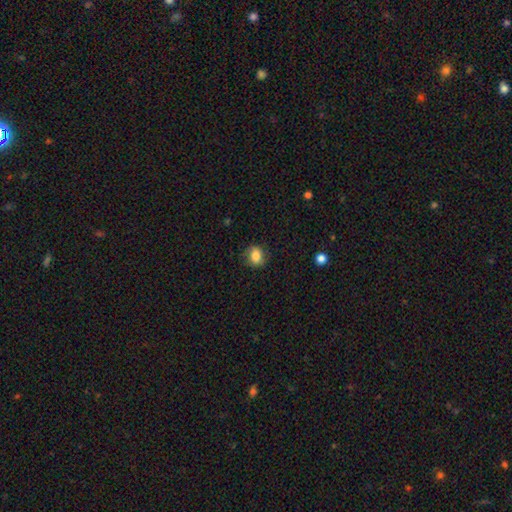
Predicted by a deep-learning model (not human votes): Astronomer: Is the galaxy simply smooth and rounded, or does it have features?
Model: smooth — 81%.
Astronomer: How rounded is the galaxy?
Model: round — 51% (runner-up: in between, 48%).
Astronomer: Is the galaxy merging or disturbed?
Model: none — 76%.